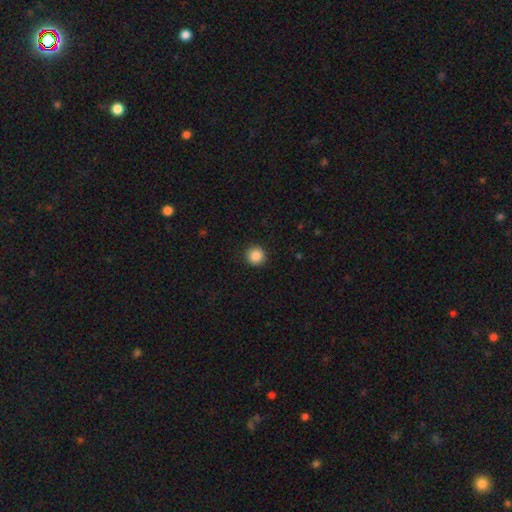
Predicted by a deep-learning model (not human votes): This is clearly a smooth galaxy (87%). How rounded: clearly round (95%). Merging: clearly none (92%).